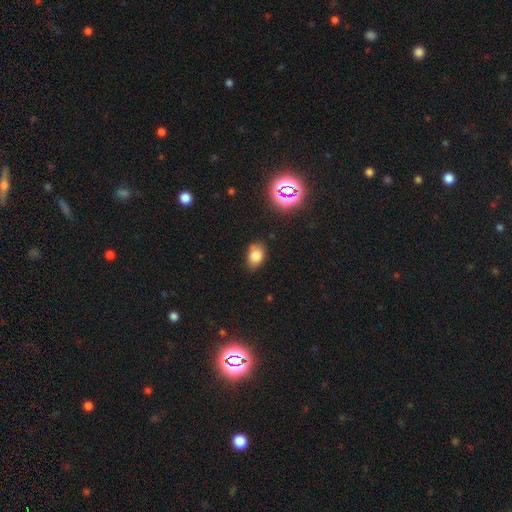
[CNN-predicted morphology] Q: Smooth or featured?
A: smooth (77%); runner-up: star or artifact (14%)
Q: How rounded?
A: in between (77%); runner-up: round (21%)
Q: Merging?
A: none (77%); runner-up: minor disturbance (18%)